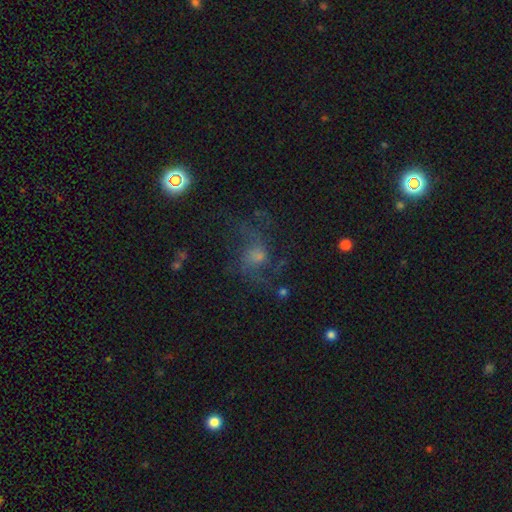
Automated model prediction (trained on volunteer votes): A featured or disk galaxy (57%) with no bar (73%), spiral arms (75%) and a small central bulge (41%). Merging: none (48%).